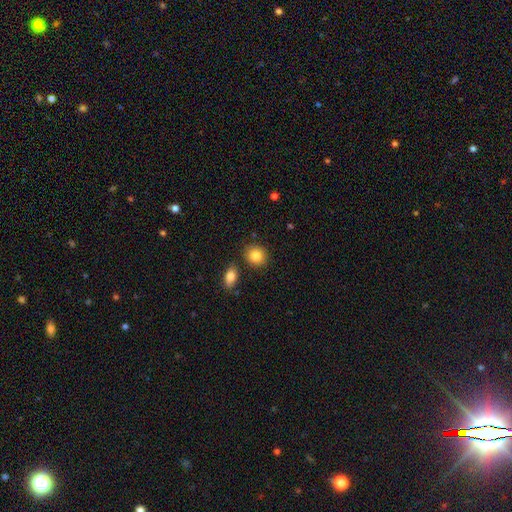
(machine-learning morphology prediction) Smooth or featured: smooth — 86% (star or artifact — 8%)
How rounded: round — 74% (in between — 25%)
Merging: none — 83% (minor disturbance — 8%)